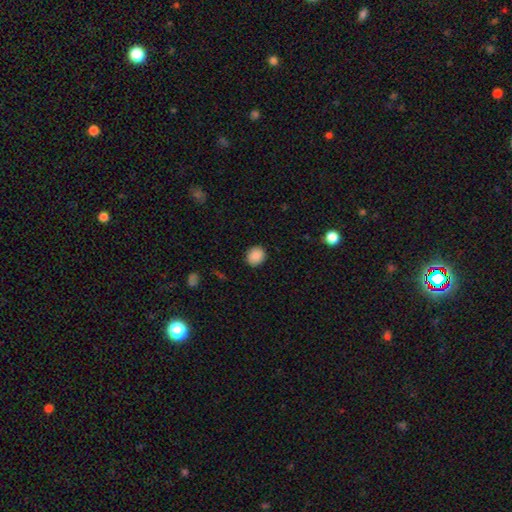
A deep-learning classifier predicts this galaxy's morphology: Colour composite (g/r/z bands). It shows a smooth galaxy with no disk features (89%) that is round (78%). Merging: none (90%).